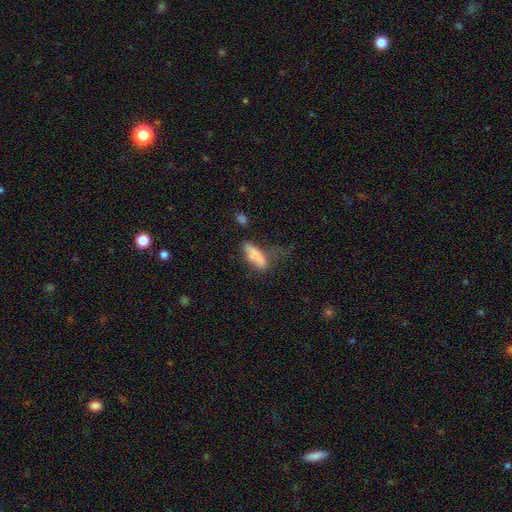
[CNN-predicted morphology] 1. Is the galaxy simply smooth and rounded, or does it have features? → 76% smooth, 15% featured or disk, 9% star or artifact.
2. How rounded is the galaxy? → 60% in between, 37% cigar-shaped, 3% round.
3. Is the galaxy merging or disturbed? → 33% none, 30% minor disturbance, 28% major disturbance, 9% merger.